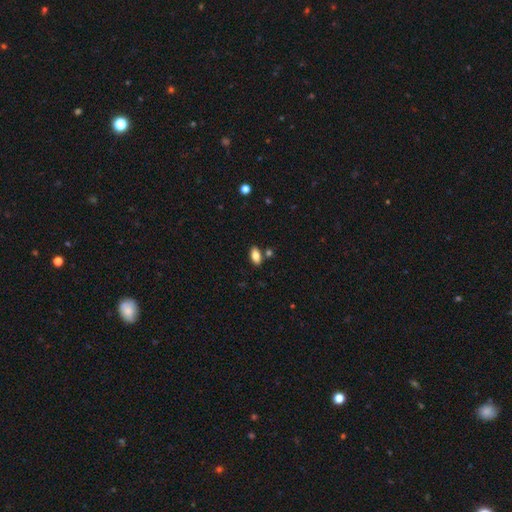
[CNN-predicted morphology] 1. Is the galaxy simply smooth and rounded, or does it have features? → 81% smooth, 11% featured or disk, 8% star or artifact.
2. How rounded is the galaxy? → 91% in between, 6% cigar-shaped, 3% round.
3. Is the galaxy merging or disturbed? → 81% none, 10% minor disturbance, 7% merger, 2% major disturbance.